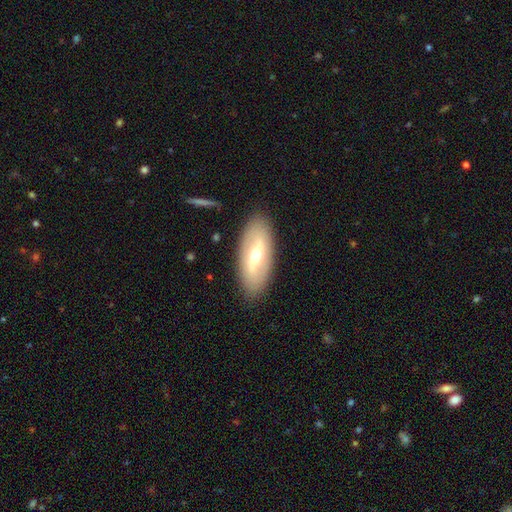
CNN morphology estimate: smooth_or_featured: featured or disk (p=0.55) [alt: smooth p=0.39]
disk_edge_on: no (p=0.81) [alt: yes p=0.19]
merging: none (p=0.87) [alt: minor disturbance p=0.09]